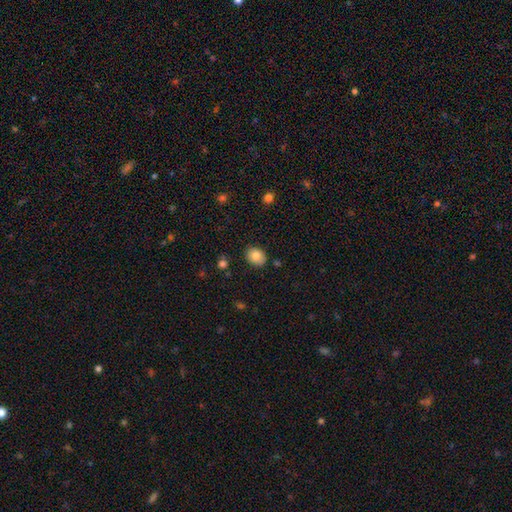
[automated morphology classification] A smooth galaxy with no disk features (79%) that is in between round and cigar-shaped (57%).

Vote fractions:
- Smooth or featured? smooth: 79% / featured or disk: 12% / star or artifact: 8%
- How rounded? in between: 57% / round: 43% / cigar-shaped: 1%
- Merging? none: 86% / minor disturbance: 10% / major disturbance: 2% / merger: 1%